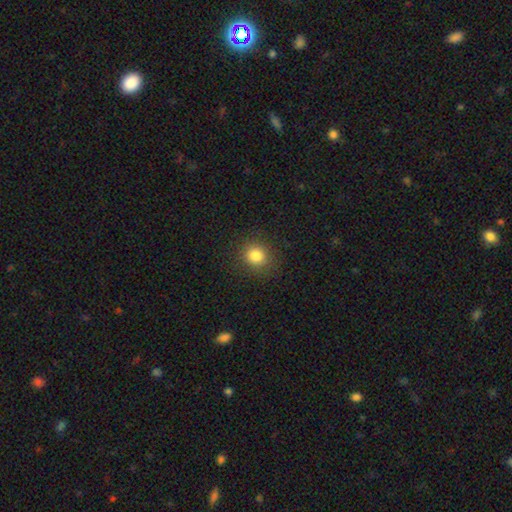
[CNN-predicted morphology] Smooth or featured: smooth — 82% (star or artifact — 12%)
How rounded: round — 83% (in between — 16%)
Merging: none — 88% (minor disturbance — 8%)